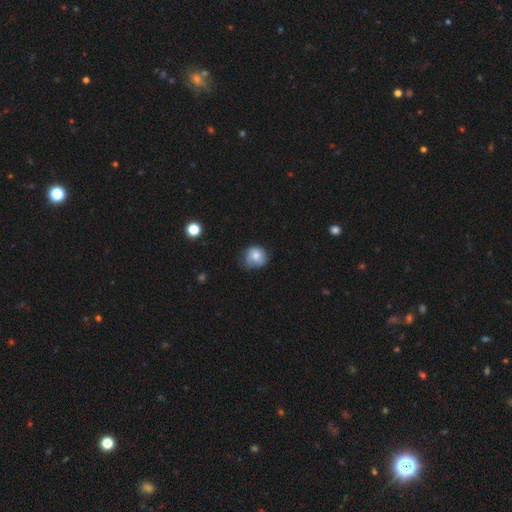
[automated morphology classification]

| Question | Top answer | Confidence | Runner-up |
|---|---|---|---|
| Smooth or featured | smooth | 75% | featured or disk (16%) |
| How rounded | round | 72% | in between (27%) |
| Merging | none | 47% | minor disturbance (39%) |